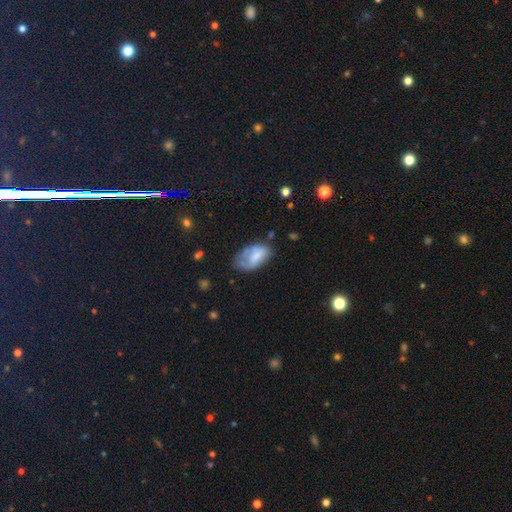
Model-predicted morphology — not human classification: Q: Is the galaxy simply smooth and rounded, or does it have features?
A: smooth — 60%.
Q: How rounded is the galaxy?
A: in between — 92%.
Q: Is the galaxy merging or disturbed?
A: none — 37%.